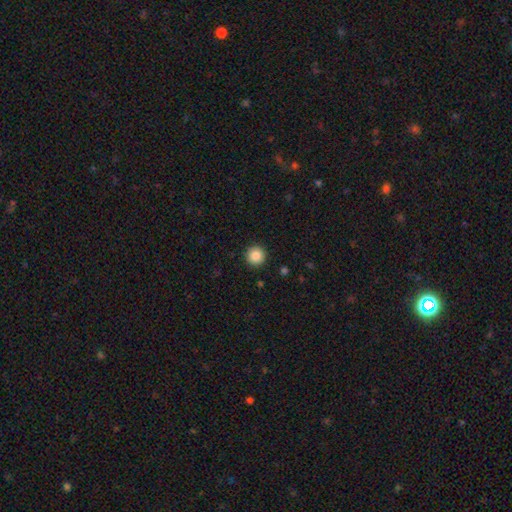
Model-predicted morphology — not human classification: This appears to be a smooth galaxy with no disk features (87%) that is round (96%). Merging: none (92%).